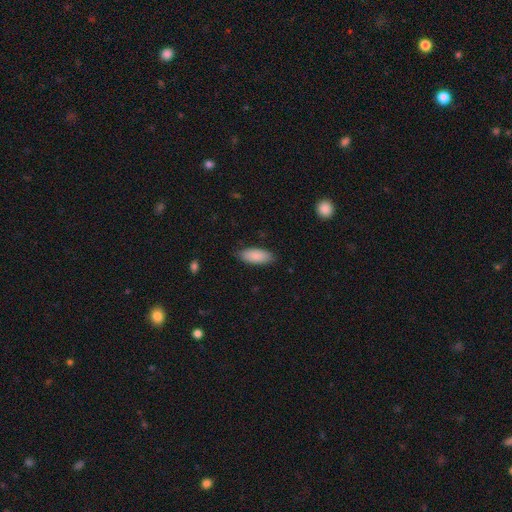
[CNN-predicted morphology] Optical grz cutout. It shows a smooth galaxy with no disk features (89%) that is in between round and cigar-shaped (83%). Merging: none (85%).